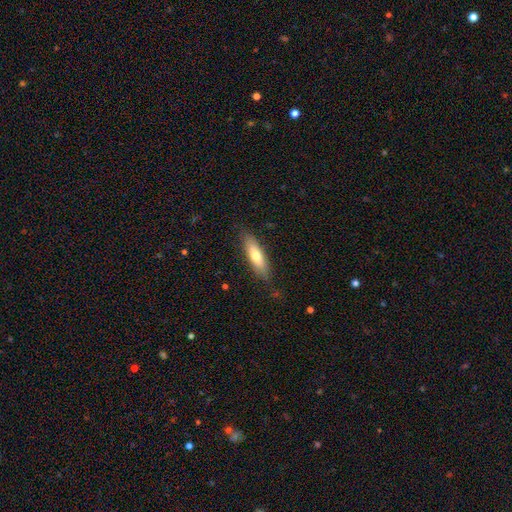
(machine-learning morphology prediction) smooth 68%, featured or disk 26%, star or artifact 6%. Down the decision tree: how rounded — cigar-shaped (59%); merging — none (81%).